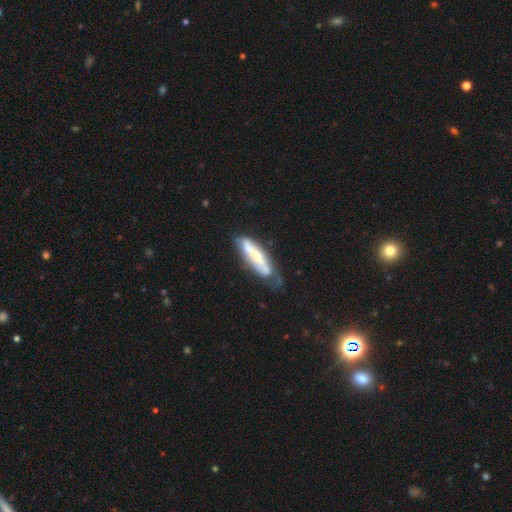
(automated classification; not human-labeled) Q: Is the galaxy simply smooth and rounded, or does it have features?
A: featured or disk — 63%.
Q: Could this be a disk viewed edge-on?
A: no — 62%.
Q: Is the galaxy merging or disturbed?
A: none — 44%.